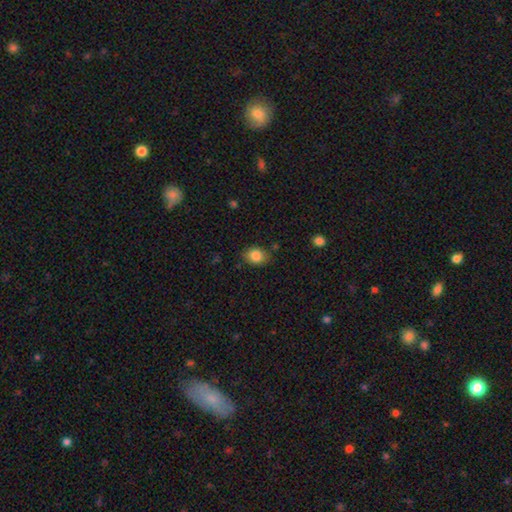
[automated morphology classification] This is clearly a smooth galaxy (85%). How rounded: possibly in between (58%). Merging: likely none (80%).